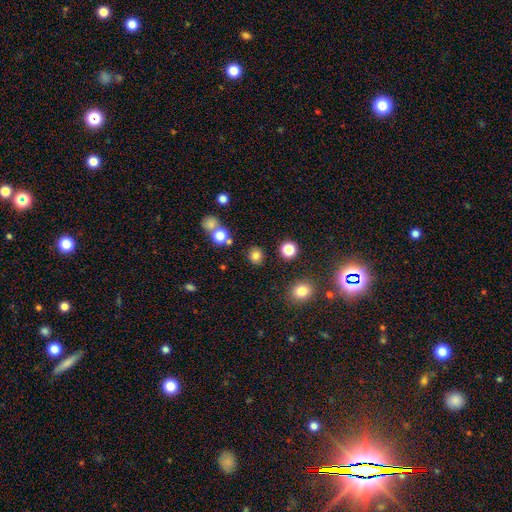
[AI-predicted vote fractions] This appears to be a smooth galaxy with no disk features (81%) that is round (82%). Merging: none (87%).